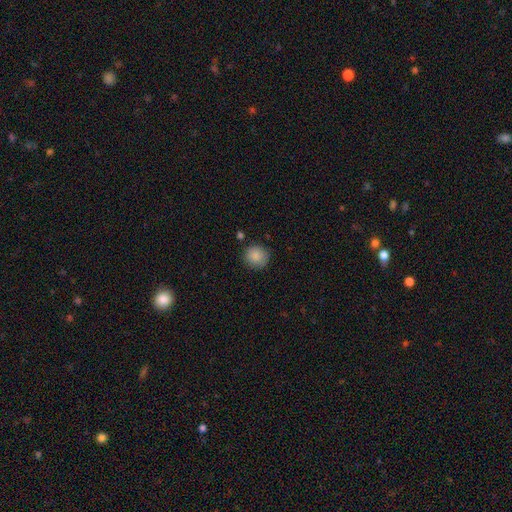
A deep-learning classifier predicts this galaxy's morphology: The model was most divided on "merging": none: 86%, minor disturbance: 10%, merger: 2%, major disturbance: 2%. More confident: how rounded — round (89%); smooth or featured — smooth (88%).